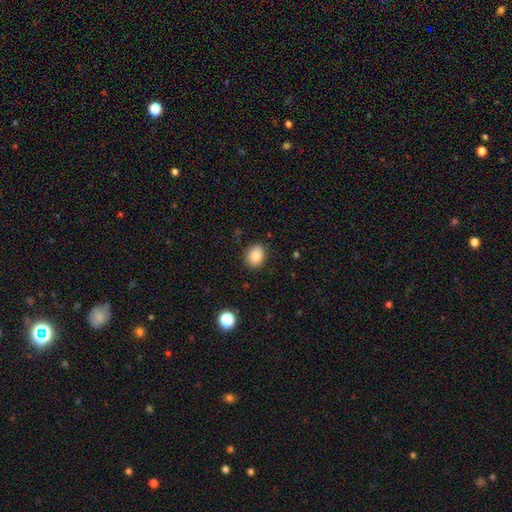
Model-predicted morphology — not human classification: Q: Smooth or featured?
A: smooth (86%); runner-up: star or artifact (9%)
Q: How rounded?
A: round (50%); runner-up: in between (49%)
Q: Merging?
A: none (84%); runner-up: minor disturbance (12%)